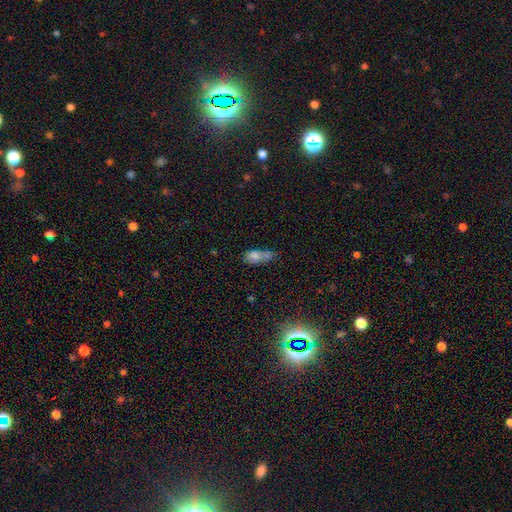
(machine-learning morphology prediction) type=smooth (72%); roundness=in between (77%); merging=merger (32%).